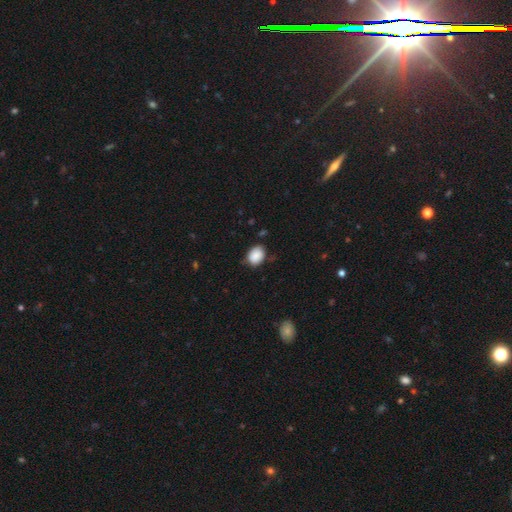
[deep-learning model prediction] Smooth or featured? smooth (88%)
How rounded? in between (63%)
Merging? none (75%)